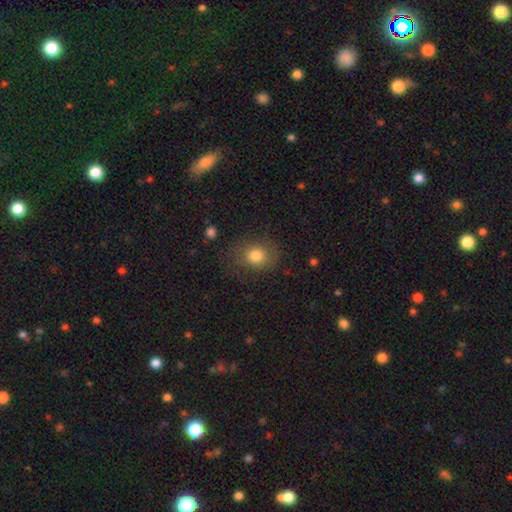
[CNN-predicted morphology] smooth 80%, star or artifact 11%, featured or disk 9%. Down the decision tree: how rounded — round (59%); merging — none (76%).